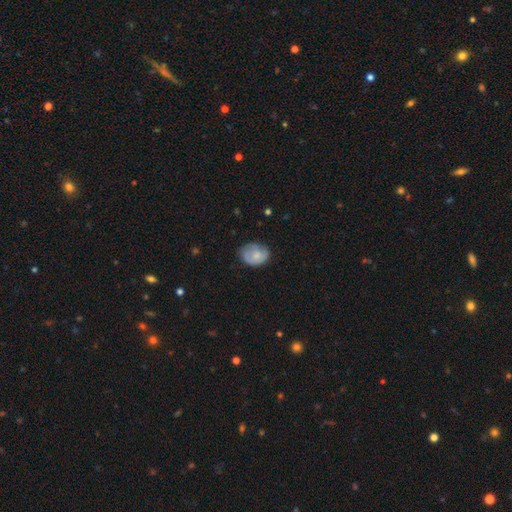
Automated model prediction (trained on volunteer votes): A smooth galaxy with no disk features (69%) that is in between round and cigar-shaped (57%).

Vote fractions:
- Smooth or featured? smooth: 69% / featured or disk: 24% / star or artifact: 7%
- How rounded? in between: 57% / round: 42% / cigar-shaped: 1%
- Merging? none: 62% / minor disturbance: 28% / major disturbance: 9% / merger: 1%